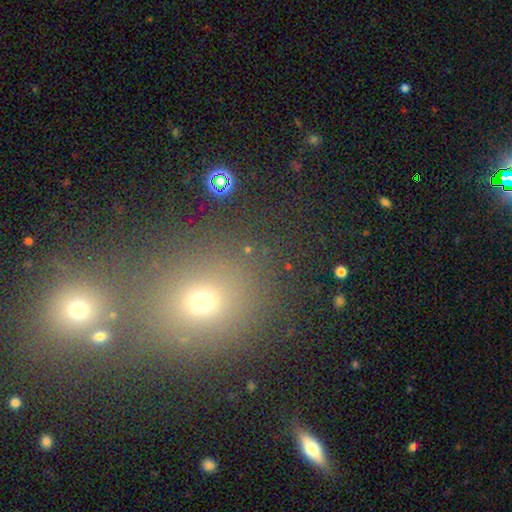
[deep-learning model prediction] This appears to be a smooth galaxy with no disk features (54%) that is round (71%). Merging: none (67%).